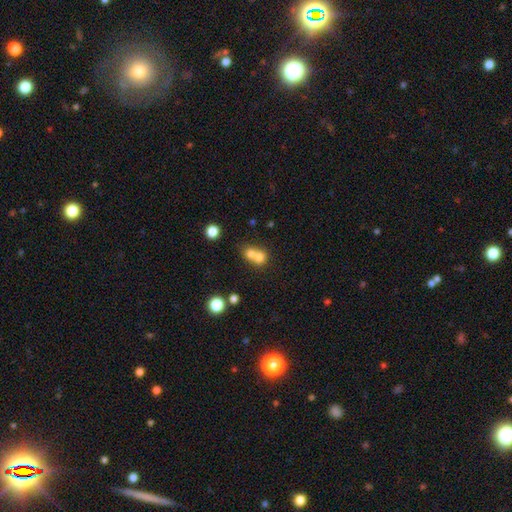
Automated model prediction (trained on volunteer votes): smooth-or-featured: smooth: 72% | featured or disk: 16% | star or artifact: 12%
  how-rounded: round: 75% | in between: 24% | cigar-shaped: 1%
  merging: merger: 66% | none: 27% | minor disturbance: 5% | major disturbance: 2%